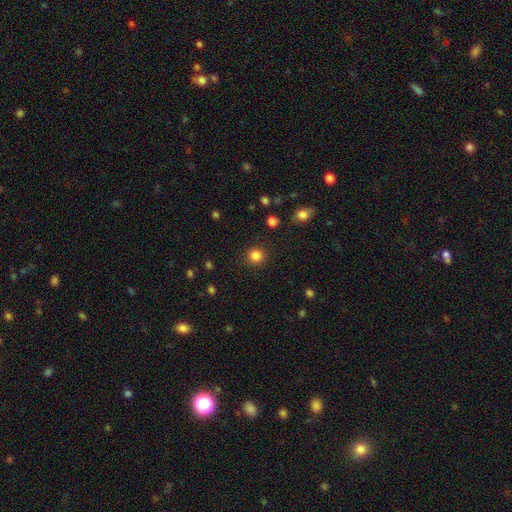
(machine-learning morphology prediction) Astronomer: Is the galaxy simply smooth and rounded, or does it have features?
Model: smooth — 84%.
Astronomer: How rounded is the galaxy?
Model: round — 92%.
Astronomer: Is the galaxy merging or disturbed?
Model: none — 90%.